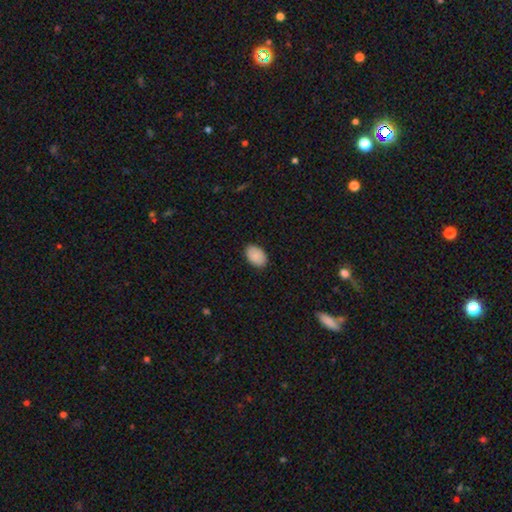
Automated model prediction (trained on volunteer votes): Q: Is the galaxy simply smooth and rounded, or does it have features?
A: smooth — 89%.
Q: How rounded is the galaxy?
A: in between — 89%.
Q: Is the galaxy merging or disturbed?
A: none — 88%.